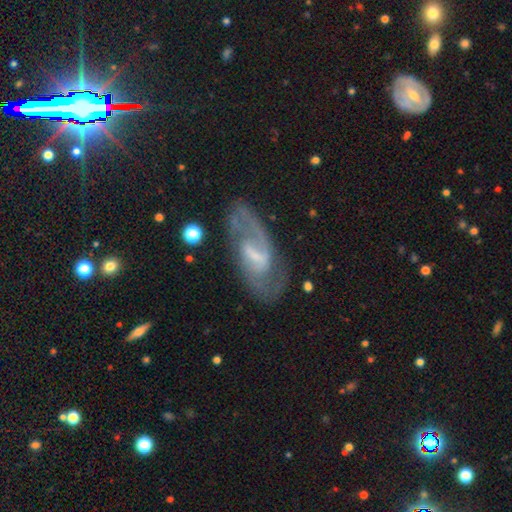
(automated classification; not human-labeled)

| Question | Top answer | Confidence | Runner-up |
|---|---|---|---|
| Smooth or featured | featured or disk | 83% | smooth (11%) |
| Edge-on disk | no | 94% | yes (6%) |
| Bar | weak | 50% | strong (35%) |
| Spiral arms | yes | 92% | no (8%) |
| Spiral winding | medium | 53% | loose (24%) |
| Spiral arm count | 2 | 81% | can't tell (9%) |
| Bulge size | small | 39% | none (29%) |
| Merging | none | 69% | minor disturbance (18%) |